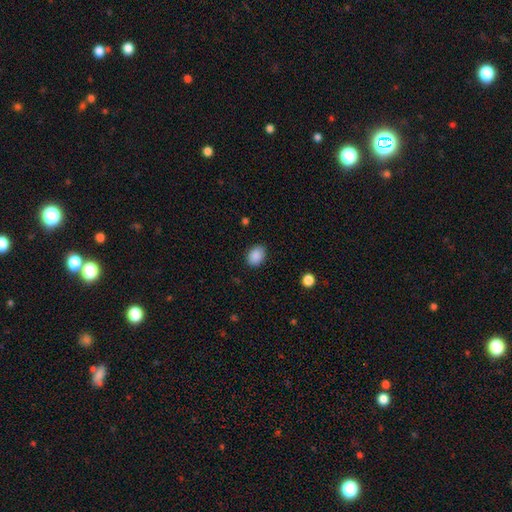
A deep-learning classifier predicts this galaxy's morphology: smooth_or_featured: smooth (p=0.89) [alt: star or artifact p=0.08]
how_rounded: in between (p=0.70) [alt: round p=0.29]
merging: none (p=0.87) [alt: minor disturbance p=0.10]